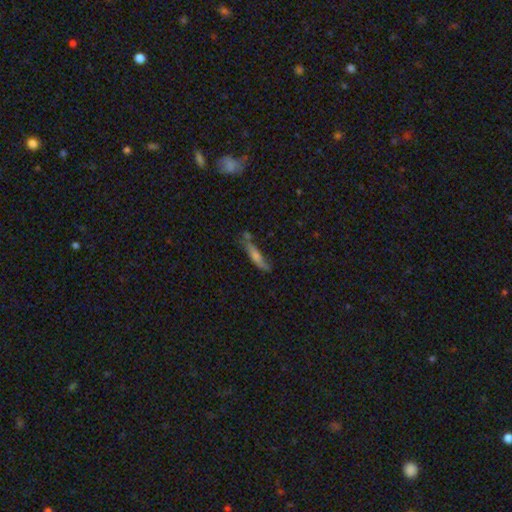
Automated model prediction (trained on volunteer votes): This appears to be a smooth galaxy with no disk features (56%) that is cigar-shaped (83%). Merging: none (58%).